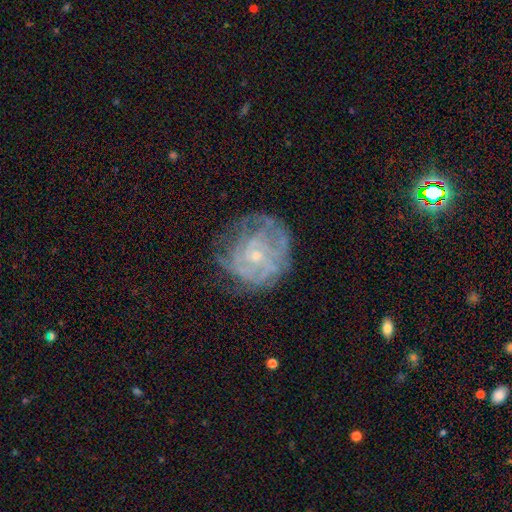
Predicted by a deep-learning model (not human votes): smooth_or_featured: featured or disk (p=0.74) [alt: smooth p=0.17]
disk_edge_on: no (p=0.98) [alt: yes p=0.02]
bar: no (p=0.80) [alt: weak p=0.17]
has_spiral_arms: yes (p=0.75) [alt: no p=0.25]
spiral_winding: tight (p=0.67) [alt: medium p=0.24]
spiral_arm_count: can't tell (p=0.56) [alt: 3 p=0.11]
bulge_size: small (p=0.75) [alt: moderate p=0.19]
merging: none (p=0.62) [alt: minor disturbance p=0.22]